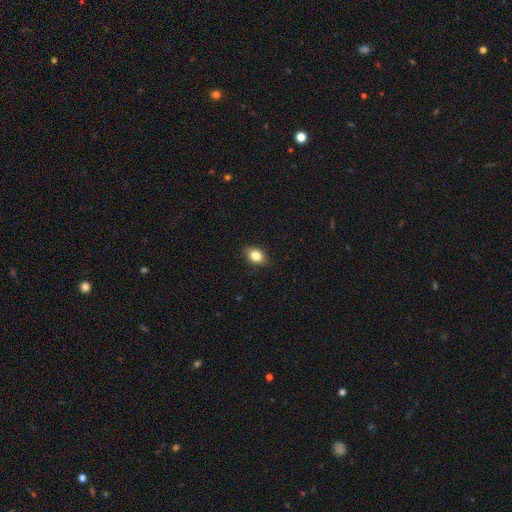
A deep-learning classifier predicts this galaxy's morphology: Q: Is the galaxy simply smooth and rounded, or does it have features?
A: smooth — 82%.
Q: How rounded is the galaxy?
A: in between — 69%.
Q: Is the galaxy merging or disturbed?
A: none — 87%.